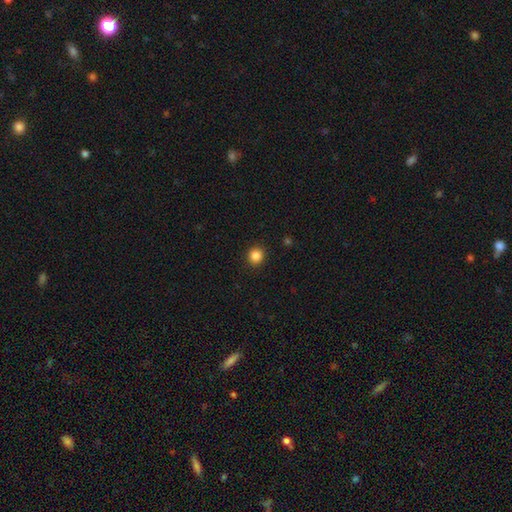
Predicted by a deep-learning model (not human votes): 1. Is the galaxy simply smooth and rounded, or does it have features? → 86% smooth, 11% star or artifact, 3% featured or disk.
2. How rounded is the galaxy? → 92% round, 7% in between, 1% cigar-shaped.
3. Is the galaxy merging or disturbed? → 92% none, 5% minor disturbance, 2% major disturbance, 1% merger.